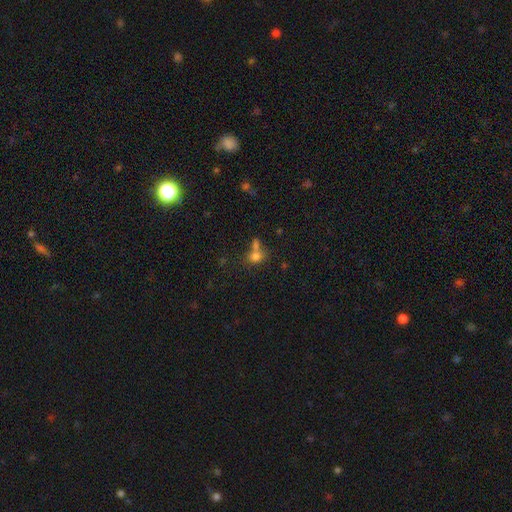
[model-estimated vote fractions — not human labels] Smooth or featured: smooth — 73% (star or artifact — 16%)
How rounded: round — 62% (in between — 36%)
Merging: none — 43% (merger — 41%)